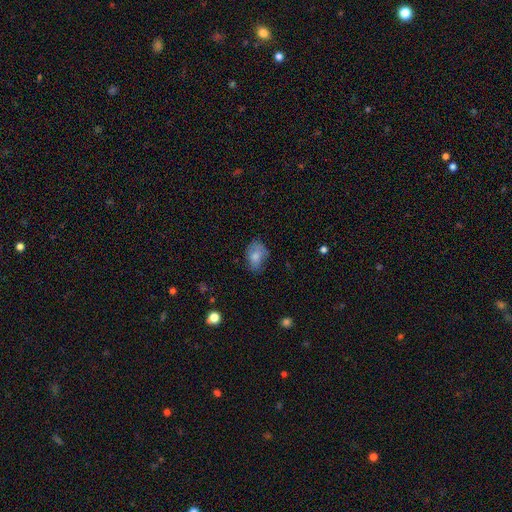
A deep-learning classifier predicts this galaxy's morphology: A smooth galaxy with no disk features (76%) that is in between round and cigar-shaped (83%). Merging: none (61%).